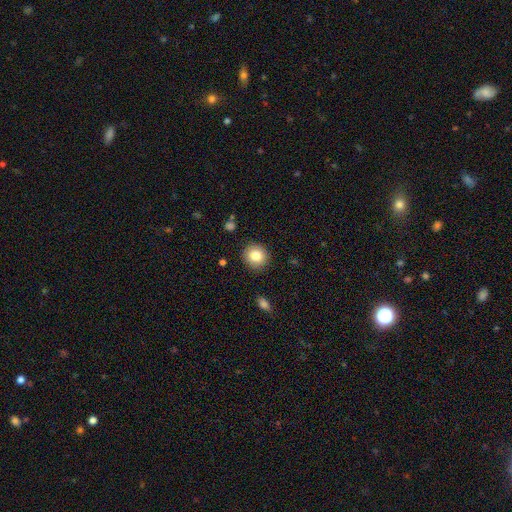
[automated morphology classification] This appears to be a smooth galaxy with no disk features (83%) that is round (89%). Merging: none (89%).